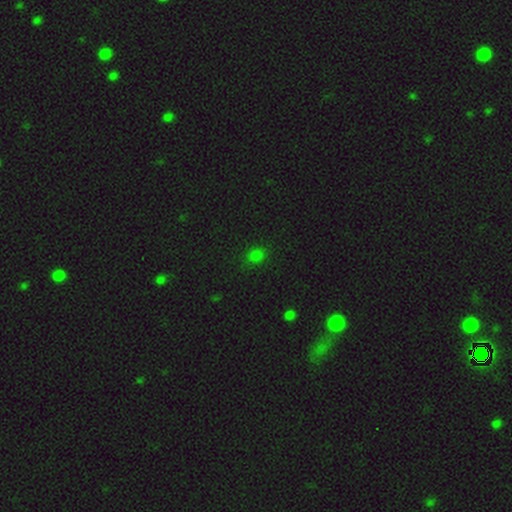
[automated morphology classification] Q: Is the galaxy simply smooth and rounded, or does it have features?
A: smooth — 75%.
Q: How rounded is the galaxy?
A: round — 51%.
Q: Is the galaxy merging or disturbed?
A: none — 84%.